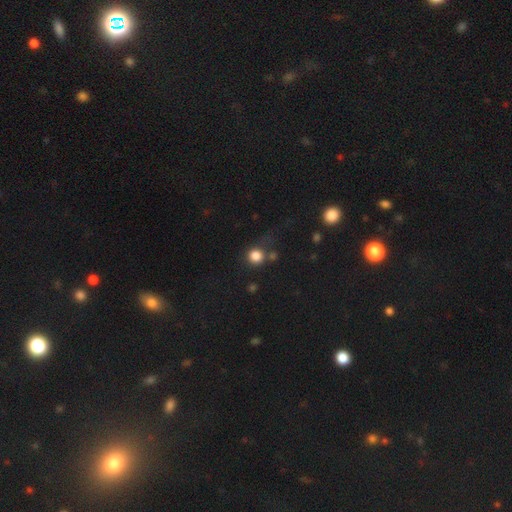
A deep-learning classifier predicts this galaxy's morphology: A smooth galaxy with no disk features (82%) that is round (89%). Merging: none (67%).